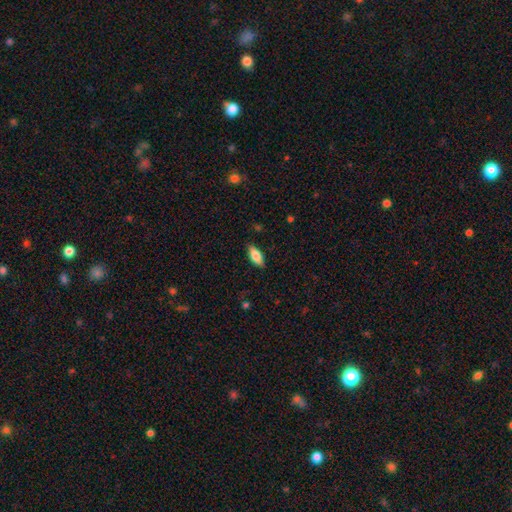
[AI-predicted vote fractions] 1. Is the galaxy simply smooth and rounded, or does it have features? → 77% smooth, 17% featured or disk, 6% star or artifact.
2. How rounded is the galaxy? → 80% in between, 18% cigar-shaped, 2% round.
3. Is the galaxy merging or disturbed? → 86% none, 10% minor disturbance, 2% major disturbance, 1% merger.